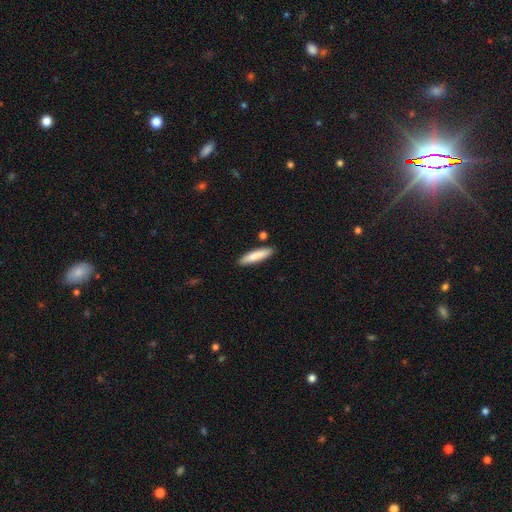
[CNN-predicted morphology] Smooth or featured? Predicted: smooth (p=0.83). How rounded? Predicted: cigar-shaped (p=0.81). Merging? Predicted: none (p=0.87).